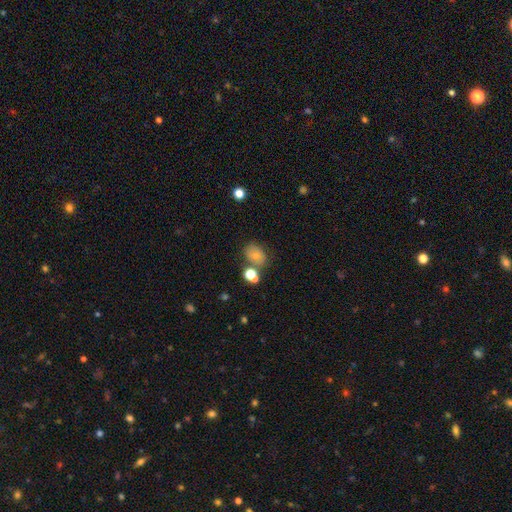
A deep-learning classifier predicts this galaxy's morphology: A smooth galaxy with no disk features (69%) that is in between round and cigar-shaped (57%).

Vote fractions:
- Smooth or featured? smooth: 69% / featured or disk: 16% / star or artifact: 15%
- How rounded? in between: 57% / round: 42% / cigar-shaped: 1%
- Merging? none: 61% / minor disturbance: 17% / merger: 16% / major disturbance: 6%